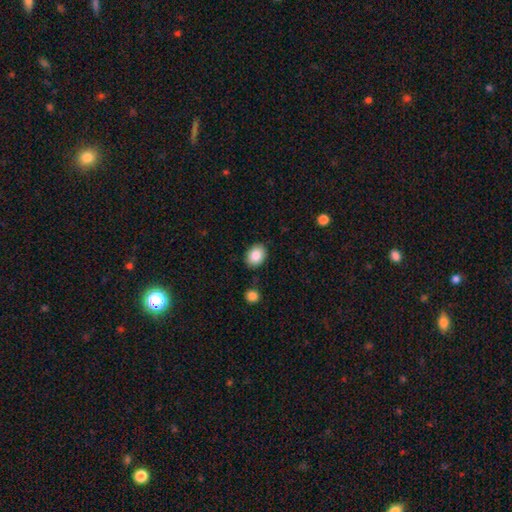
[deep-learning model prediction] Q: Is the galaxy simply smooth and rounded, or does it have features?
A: smooth — 85%.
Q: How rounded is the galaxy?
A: in between — 63%.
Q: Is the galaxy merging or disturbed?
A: none — 85%.